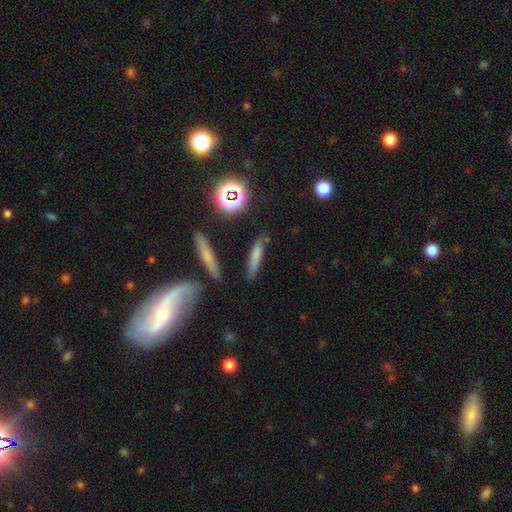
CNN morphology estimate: smooth 68%, featured or disk 20%, star or artifact 12%. Down the decision tree: how rounded — cigar-shaped (83%); merging — none (76%).